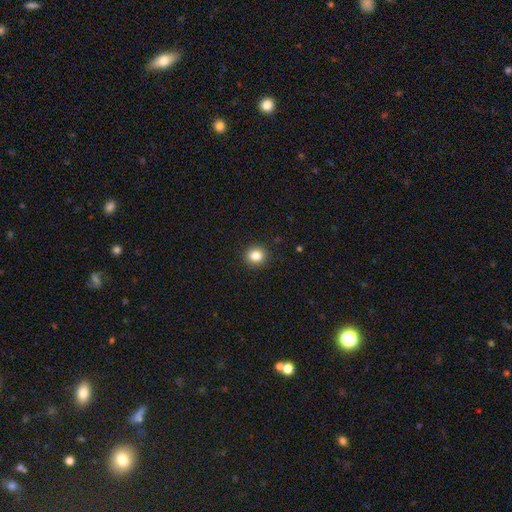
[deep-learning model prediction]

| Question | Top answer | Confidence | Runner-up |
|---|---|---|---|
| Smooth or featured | smooth | 83% | star or artifact (11%) |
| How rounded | round | 87% | in between (12%) |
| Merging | none | 92% | minor disturbance (5%) |